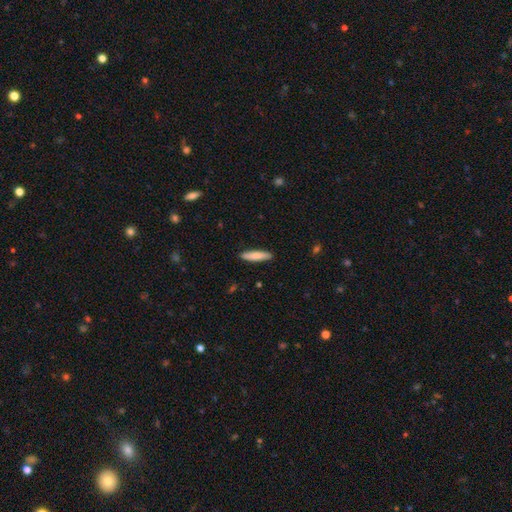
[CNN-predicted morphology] Smooth or featured: smooth — 81% (featured or disk — 13%)
How rounded: cigar-shaped — 83% (in between — 16%)
Merging: none — 90% (minor disturbance — 7%)